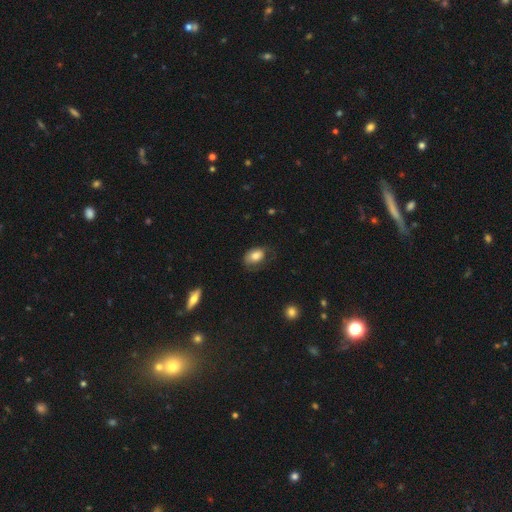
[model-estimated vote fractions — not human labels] This appears to be a smooth galaxy with no disk features (75%) that is in between round and cigar-shaped (86%). Merging: none (49%).